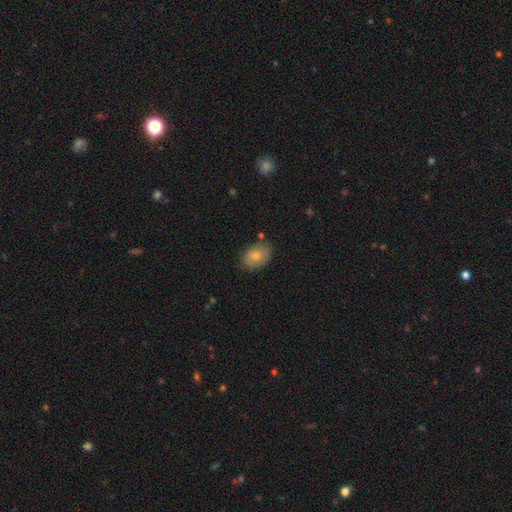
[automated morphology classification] The model was most divided on "merging": none: 72%, minor disturbance: 21%, major disturbance: 4%, merger: 3%. More confident: how rounded — in between (82%); smooth or featured — smooth (78%).